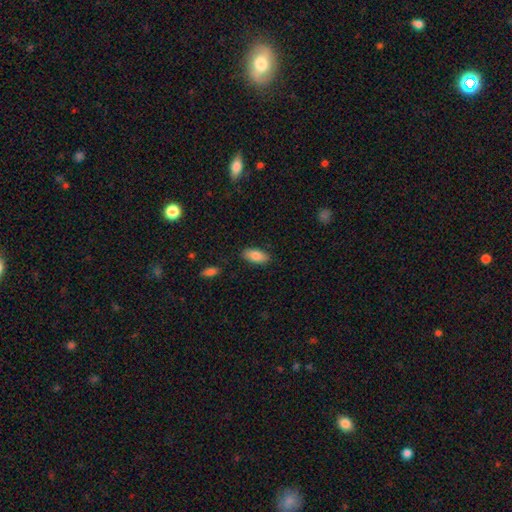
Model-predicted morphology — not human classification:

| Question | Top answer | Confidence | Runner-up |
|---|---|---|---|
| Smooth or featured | smooth | 86% | featured or disk (8%) |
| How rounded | in between | 89% | cigar-shaped (8%) |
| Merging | none | 86% | minor disturbance (10%) |